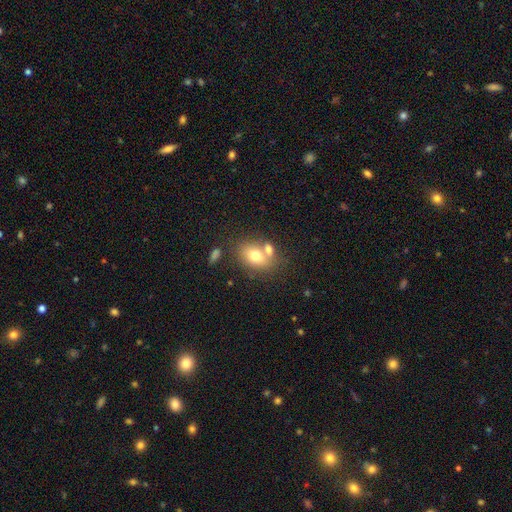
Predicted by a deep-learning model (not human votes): Overall: smooth (72%). How rounded: in between (72%). Merging: none (48%; merger 35%).